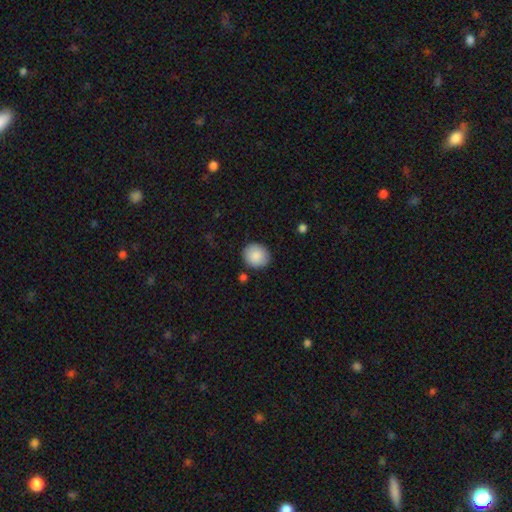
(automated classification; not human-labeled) A smooth galaxy with no disk features (89%) that is round (84%).

Vote fractions:
- Smooth or featured? smooth: 89% / star or artifact: 7% / featured or disk: 4%
- How rounded? round: 84% / in between: 15% / cigar-shaped: 1%
- Merging? none: 87% / minor disturbance: 8% / merger: 2% / major disturbance: 2%